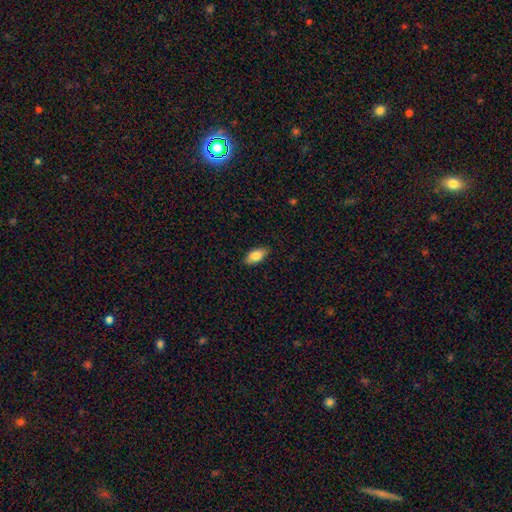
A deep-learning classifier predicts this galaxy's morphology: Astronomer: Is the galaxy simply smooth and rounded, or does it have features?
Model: smooth — 81%.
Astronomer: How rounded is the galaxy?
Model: in between — 89%.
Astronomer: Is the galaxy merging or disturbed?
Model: none — 87%.